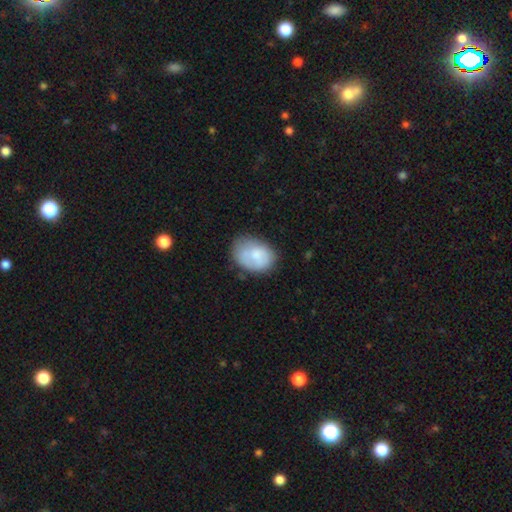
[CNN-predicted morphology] Smooth or featured: smooth — 73% (featured or disk — 20%)
How rounded: in between — 72% (round — 27%)
Merging: none — 56% (minor disturbance — 28%)